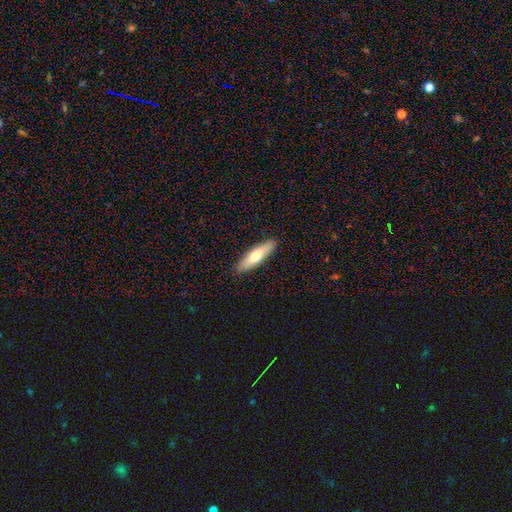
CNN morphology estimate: The model was most divided on "smooth or featured": smooth: 63%, featured or disk: 32%, star or artifact: 5%. More confident: merging — none (90%); how rounded — cigar-shaped (65%).